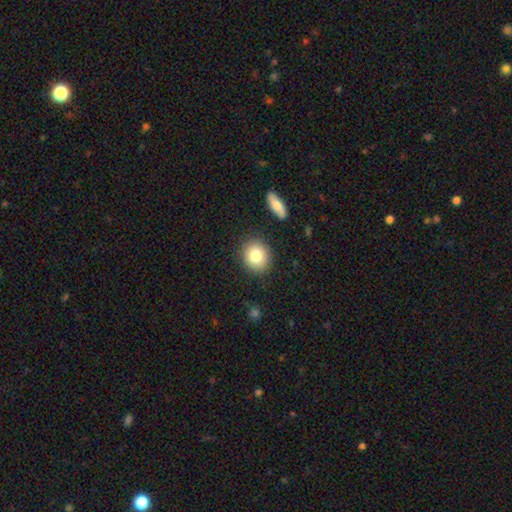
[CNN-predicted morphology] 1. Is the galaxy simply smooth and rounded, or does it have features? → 80% smooth, 10% featured or disk, 9% star or artifact.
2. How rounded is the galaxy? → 76% round, 23% in between, 1% cigar-shaped.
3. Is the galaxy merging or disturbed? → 87% none, 8% minor disturbance, 3% merger, 2% major disturbance.